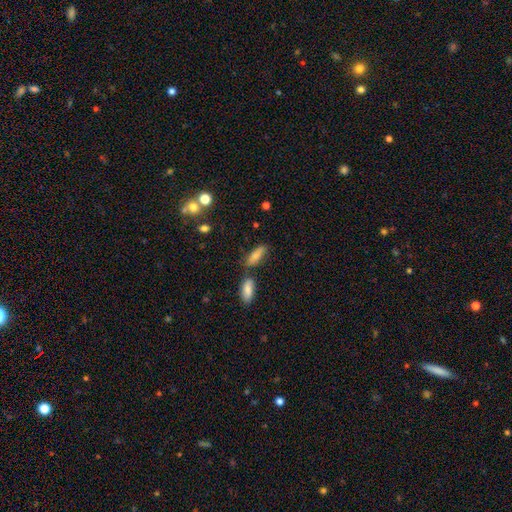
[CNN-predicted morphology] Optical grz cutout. It shows a smooth galaxy with no disk features (76%) that is in between round and cigar-shaped (61%). Merging: none (67%).